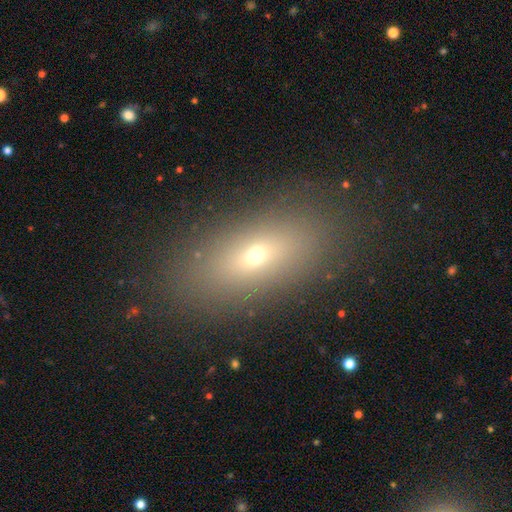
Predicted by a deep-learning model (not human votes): Smooth or featured?
  - smooth: 62% *
  - featured or disk: 21%
  - star or artifact: 17%
How rounded?
  - in between: 75% *
  - cigar-shaped: 15%
  - round: 10%
Merging?
  - none: 85% *
  - minor disturbance: 9%
  - major disturbance: 5%
  - merger: 1%